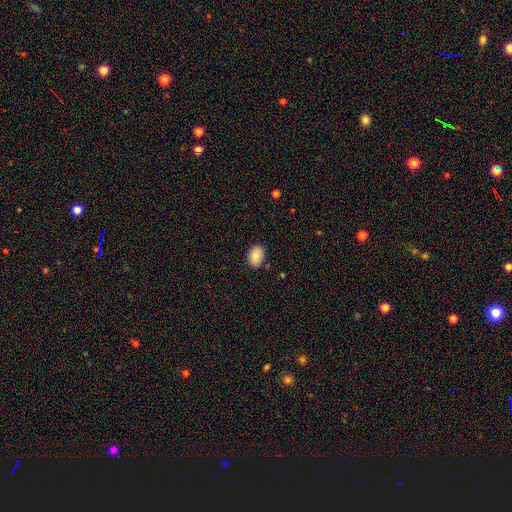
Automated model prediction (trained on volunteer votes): Smooth or featured? Predicted: smooth (p=0.86). How rounded? Predicted: in between (p=0.82). Merging? Predicted: none (p=0.85).